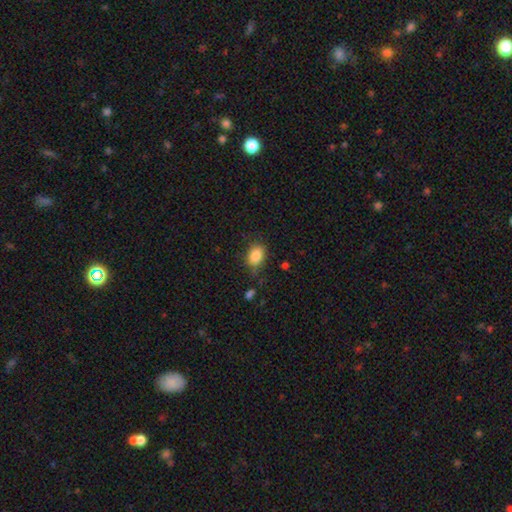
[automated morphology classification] type=smooth (86%); roundness=in between (76%); merging=none (75%).